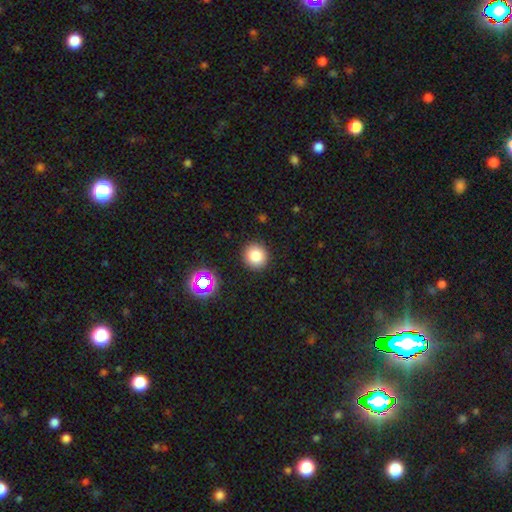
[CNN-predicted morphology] Smooth or featured?
  - smooth: 80% *
  - star or artifact: 14%
  - featured or disk: 6%
How rounded?
  - round: 89% *
  - in between: 10%
  - cigar-shaped: 1%
Merging?
  - none: 90% *
  - minor disturbance: 6%
  - major disturbance: 2%
  - merger: 2%